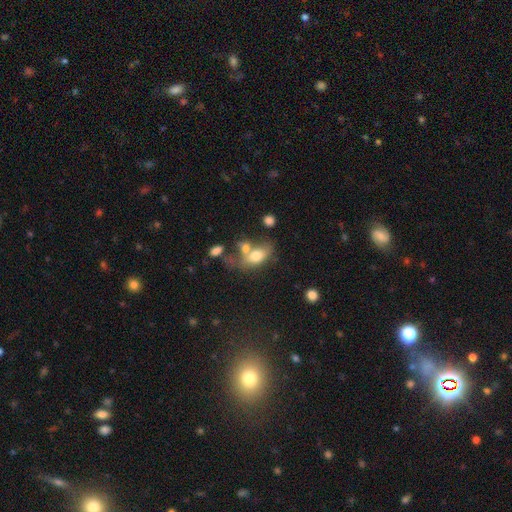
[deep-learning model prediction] A smooth galaxy with no disk features (70%) that is in between round and cigar-shaped (85%).

Vote fractions:
- Smooth or featured? smooth: 70% / featured or disk: 21% / star or artifact: 9%
- How rounded? in between: 85% / round: 10% / cigar-shaped: 6%
- Merging? merger: 40% / none: 31% / minor disturbance: 16% / major disturbance: 13%